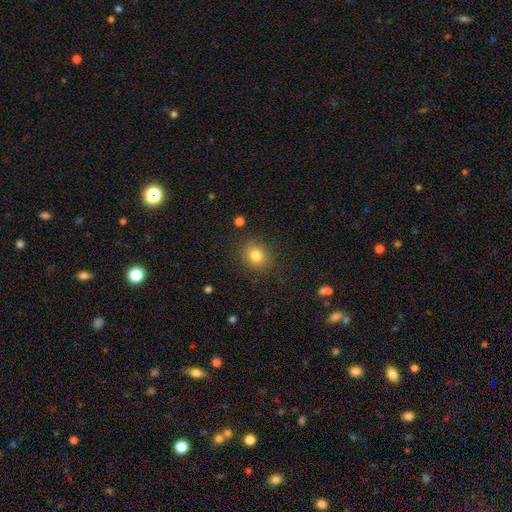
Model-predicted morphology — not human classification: smooth-or-featured: smooth: 81% | star or artifact: 11% | featured or disk: 7%
  how-rounded: round: 71% | in between: 28% | cigar-shaped: 1%
  merging: none: 86% | minor disturbance: 10% | major disturbance: 3% | merger: 2%